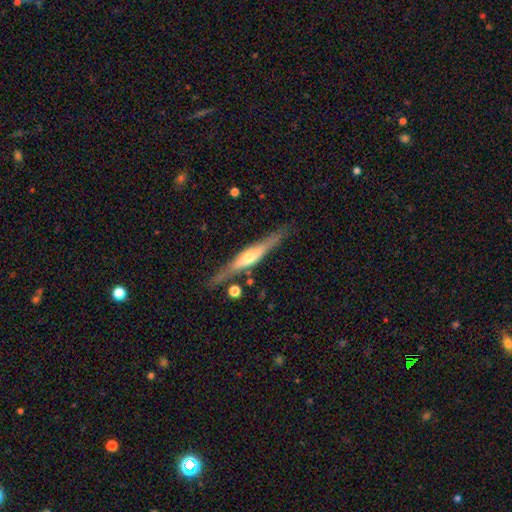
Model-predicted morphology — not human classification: featured or disk 74%, smooth 20%, star or artifact 6%. Down the decision tree: edge-on disk — yes (96%); edge-on bulge — rounded (81%); merging — none (84%).